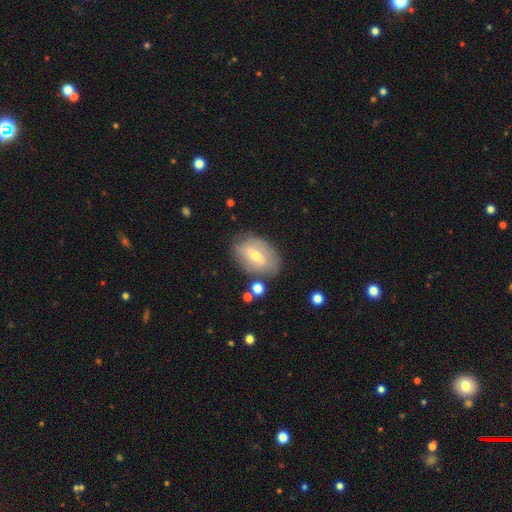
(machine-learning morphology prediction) A featured or disk galaxy (60%) with a weak bar (43%), no spiral arms (50%, tied with yes) and a moderate central bulge (54%).

Vote fractions:
- Smooth or featured? featured or disk: 60% / smooth: 33% / star or artifact: 7%
- Edge-on disk? no: 87% / yes: 13%
- Bar? weak: 43% / strong: 40% / no: 17%
- Spiral arms? no: 50% (tied) / yes: 50% (tied)
- Bulge size? moderate: 54% / small: 41% / large: 3% / none: 1% / dominant: 1%
- Merging? none: 73% / minor disturbance: 18% / major disturbance: 6% / merger: 4%